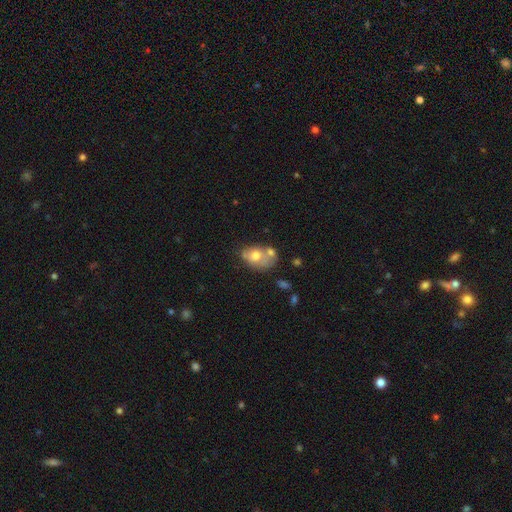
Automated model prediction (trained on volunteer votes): Overall: smooth (61%; featured or disk 31%). How rounded: in between (76%). Merging: merger (37%; none 30%).